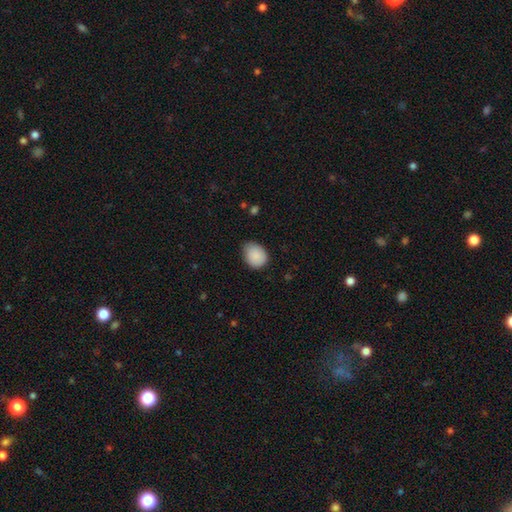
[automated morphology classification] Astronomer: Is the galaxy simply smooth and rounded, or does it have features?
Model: smooth — 89%.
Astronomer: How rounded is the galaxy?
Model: in between — 51% (runner-up: round, 48%).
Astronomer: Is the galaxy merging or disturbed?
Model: none — 67%.